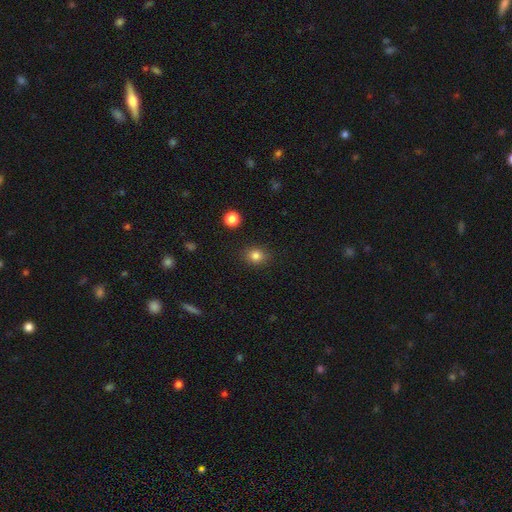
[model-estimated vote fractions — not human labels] Smooth or featured? smooth (82%)
How rounded? round (68%)
Merging? none (88%)